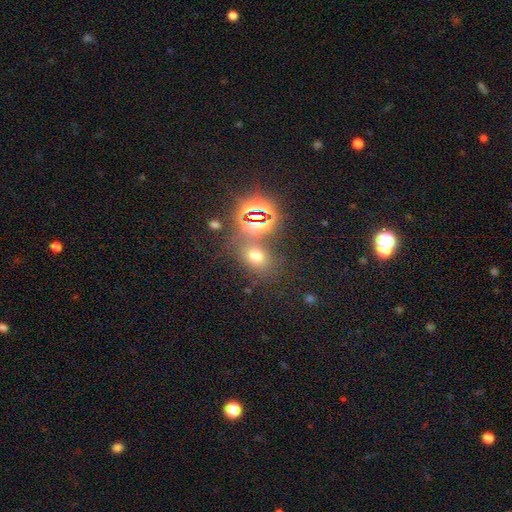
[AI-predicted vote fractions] smooth-or-featured: smooth: 58% | star or artifact: 32% | featured or disk: 10%
  how-rounded: in between: 54% | round: 44% | cigar-shaped: 2%
  merging: none: 68% | merger: 15% | minor disturbance: 11% | major disturbance: 6%